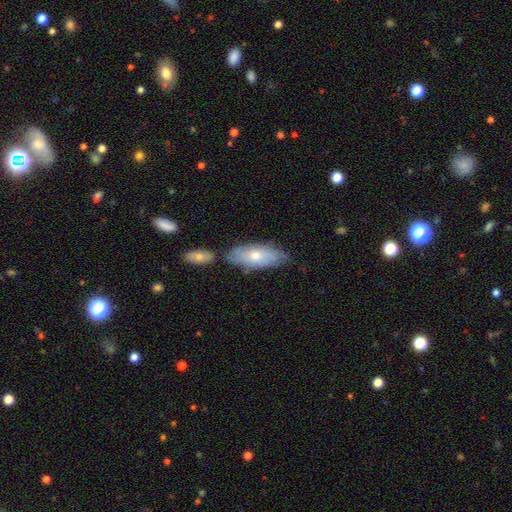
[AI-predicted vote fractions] A smooth galaxy with no disk features (57%) that is in between round and cigar-shaped (79%). Merging: none (67%).